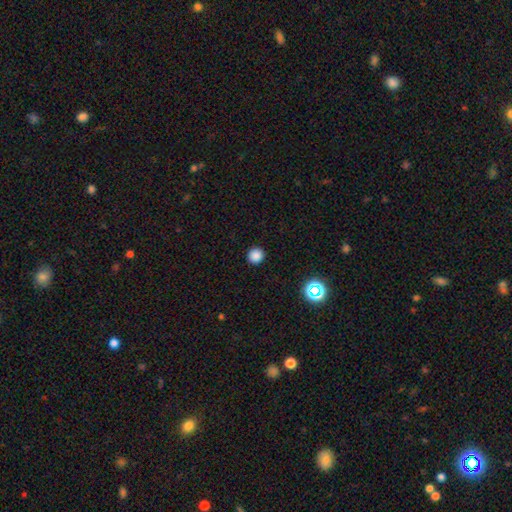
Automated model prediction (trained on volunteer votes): The model was most divided on "smooth or featured": smooth: 84%, star or artifact: 13%, featured or disk: 3%. More confident: how rounded — round (93%); merging — none (92%).